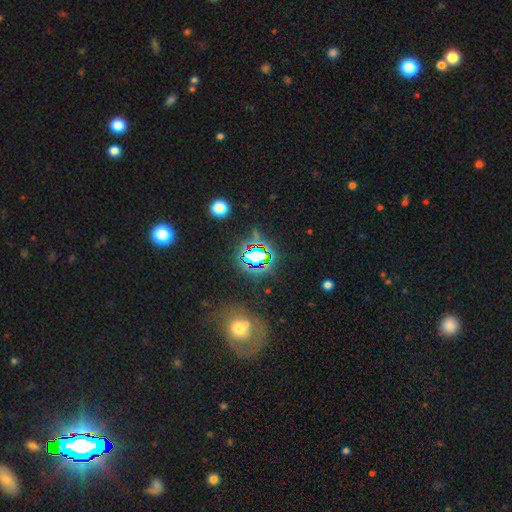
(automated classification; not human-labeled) Smooth or featured? Predicted: star or artifact (p=0.73).